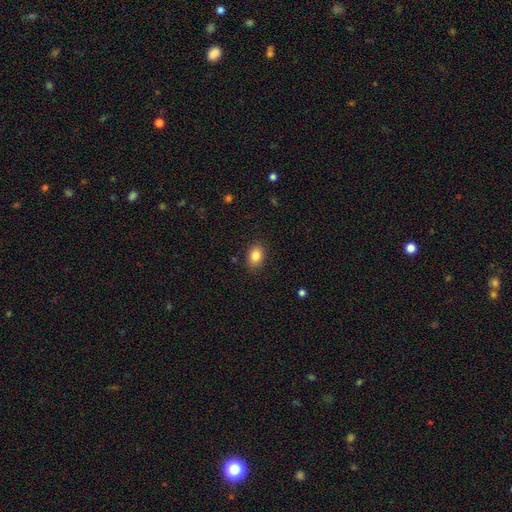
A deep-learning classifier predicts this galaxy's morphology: smooth 83%, star or artifact 9%, featured or disk 8%. Down the decision tree: how rounded — in between (75%); merging — none (87%).